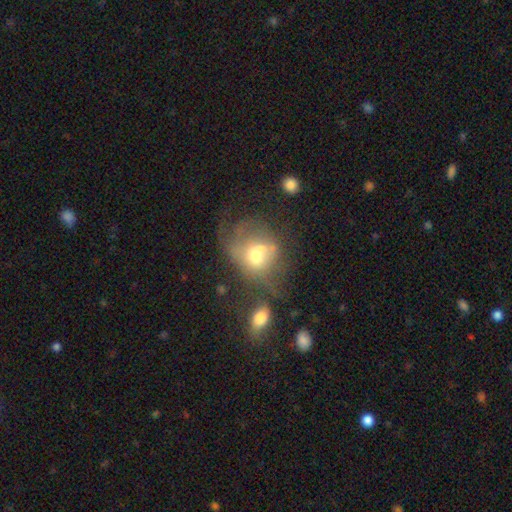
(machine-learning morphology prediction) smooth 48%, featured or disk 39%, star or artifact 13%. Down the decision tree: merging — merger (32%).